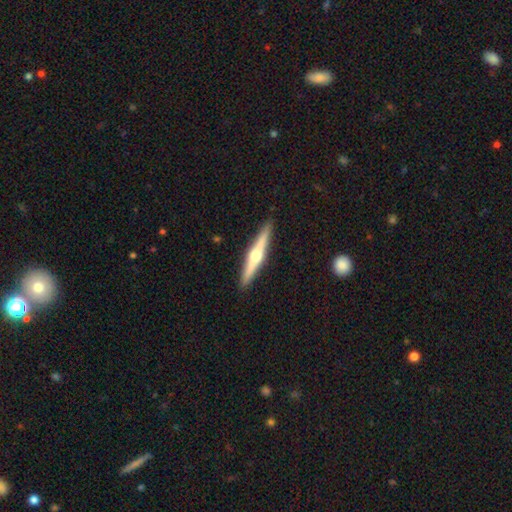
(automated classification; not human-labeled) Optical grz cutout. It shows a featured or disk galaxy (71%) viewed edge-on (98%) with a rounded central bulge (92%). Merging: none (91%).